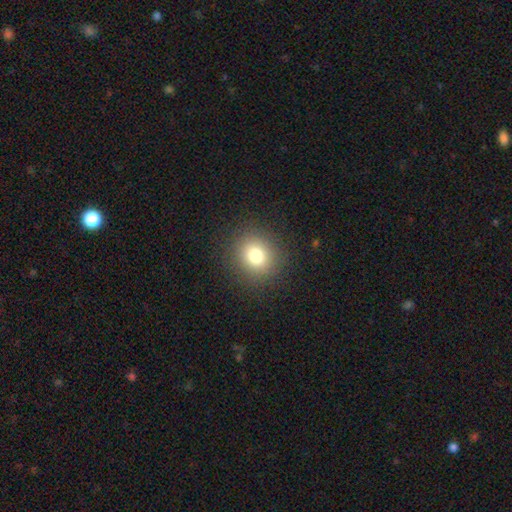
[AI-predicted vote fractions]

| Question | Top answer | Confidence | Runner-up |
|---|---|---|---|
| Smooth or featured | smooth | 78% | star or artifact (14%) |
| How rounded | round | 89% | in between (10%) |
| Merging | none | 89% | minor disturbance (7%) |